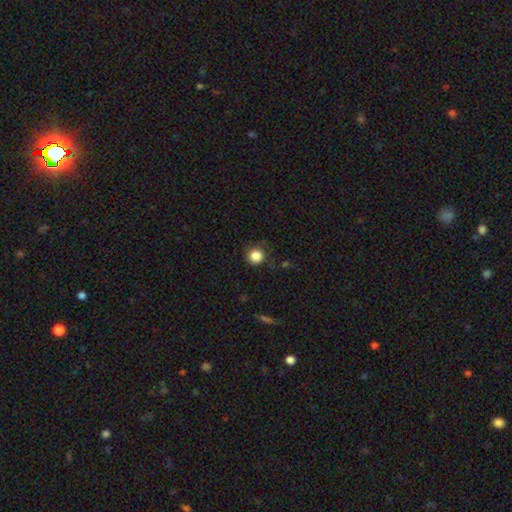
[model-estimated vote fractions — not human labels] Q: Smooth or featured?
A: smooth (86%); runner-up: star or artifact (10%)
Q: How rounded?
A: round (93%); runner-up: in between (6%)
Q: Merging?
A: none (83%); runner-up: minor disturbance (11%)